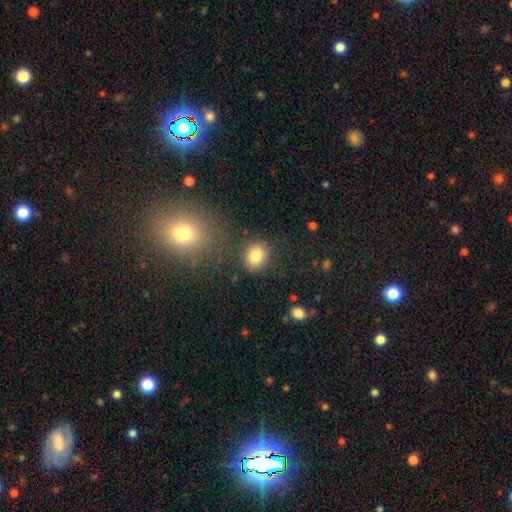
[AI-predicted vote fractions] Q: Smooth or featured?
A: smooth (83%); runner-up: star or artifact (10%)
Q: How rounded?
A: round (63%); runner-up: in between (36%)
Q: Merging?
A: none (82%); runner-up: minor disturbance (10%)